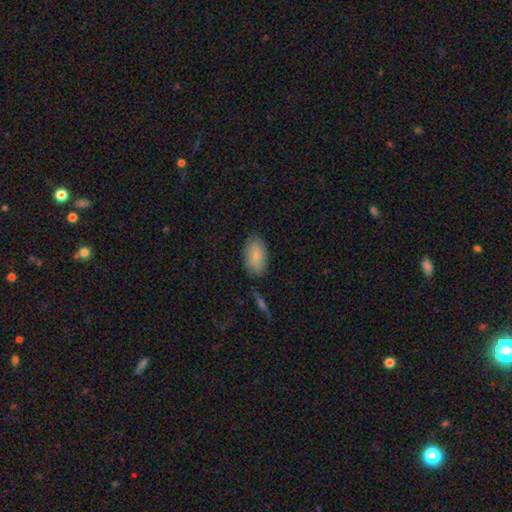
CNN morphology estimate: Overall: smooth (83%). How rounded: in between (93%). Merging: none (79%).